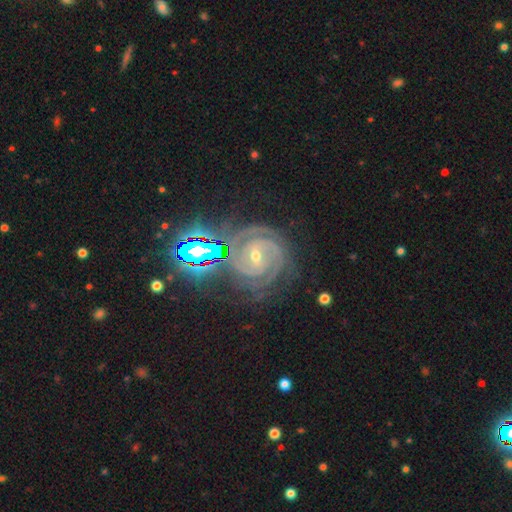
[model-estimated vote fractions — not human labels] Overall: featured or disk (84%). Edge-on disk: no (97%). Bar: weak (44%; strong 29%). Spiral arms: yes (98%). Spiral arm count: 2 (50%; 3 23%). Spiral winding: tight (74%). Bulge size: small (48%, tied with moderate). Merging: none (73%).